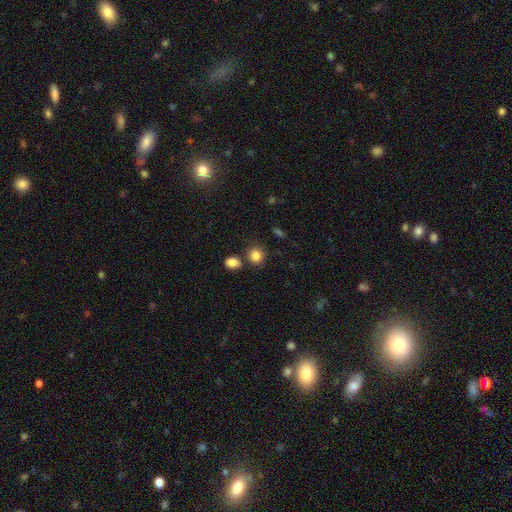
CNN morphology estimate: smooth_or_featured: smooth (p=0.84) [alt: star or artifact p=0.11]
how_rounded: round (p=0.82) [alt: in between p=0.17]
merging: none (p=0.74) [alt: merger p=0.13]